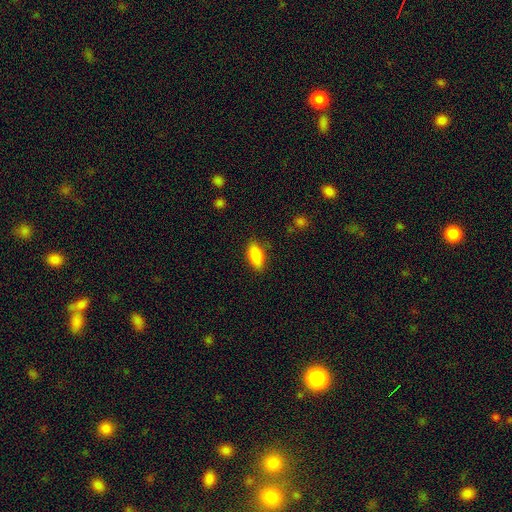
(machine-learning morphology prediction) Smooth or featured?
  - smooth: 82% *
  - featured or disk: 11%
  - star or artifact: 7%
How rounded?
  - in between: 84% *
  - cigar-shaped: 13%
  - round: 3%
Merging?
  - none: 85% *
  - minor disturbance: 11%
  - major disturbance: 3%
  - merger: 1%